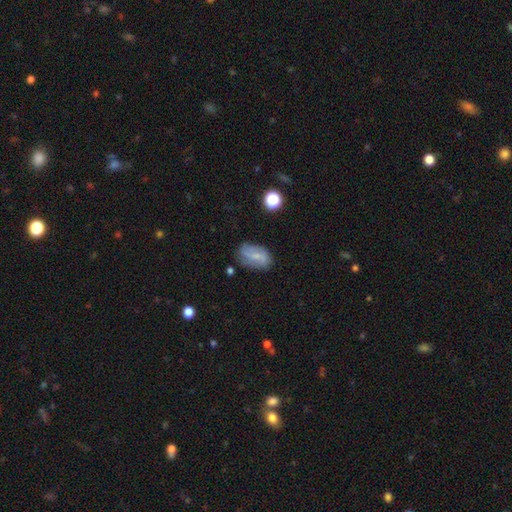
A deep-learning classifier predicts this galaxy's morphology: smooth_or_featured: smooth (p=0.55) [alt: featured or disk p=0.36]
how_rounded: in between (p=0.88) [alt: round p=0.09]
merging: none (p=0.71) [alt: minor disturbance p=0.20]